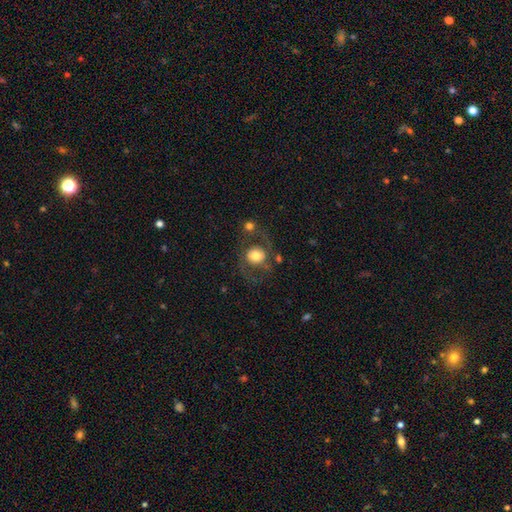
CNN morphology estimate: This is possibly a smooth galaxy (48%). Merging: possibly none (54%).